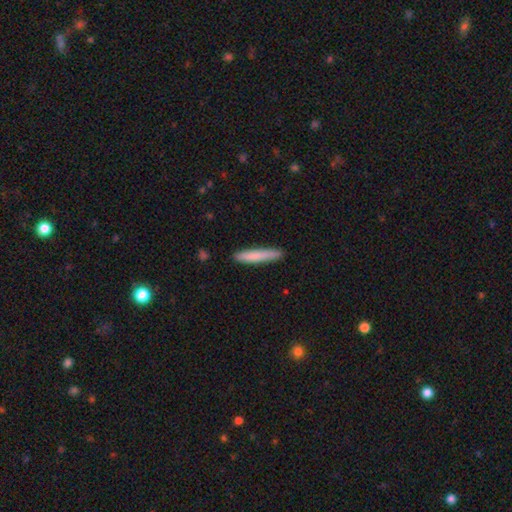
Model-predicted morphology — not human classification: Smooth or featured?
  - smooth: 79% *
  - featured or disk: 16%
  - star or artifact: 6%
How rounded?
  - cigar-shaped: 94% *
  - in between: 5%
  - round: 1%
Merging?
  - none: 89% *
  - minor disturbance: 9%
  - major disturbance: 2%
  - merger: 1%